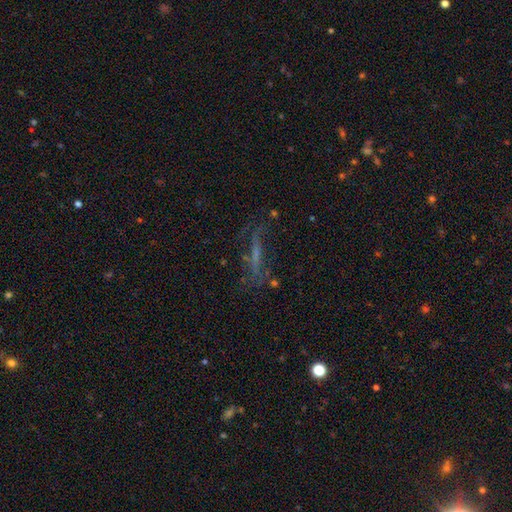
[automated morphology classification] Q: Smooth or featured?
A: featured or disk (46%); runner-up: smooth (31%)
Q: Merging?
A: none (54%); runner-up: major disturbance (23%)